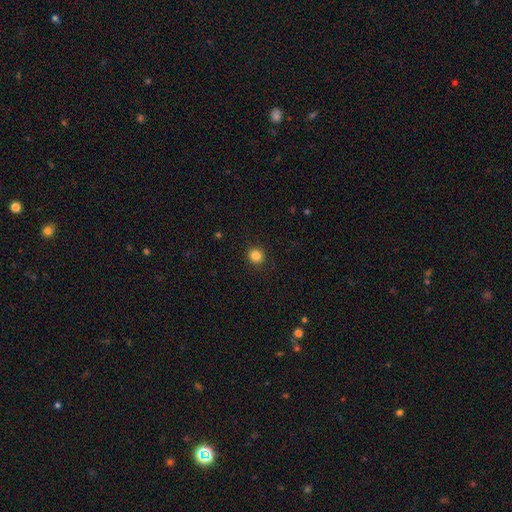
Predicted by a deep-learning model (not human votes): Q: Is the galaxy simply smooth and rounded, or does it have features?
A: smooth — 84%.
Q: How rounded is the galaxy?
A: round — 89%.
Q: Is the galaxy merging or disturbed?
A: none — 91%.